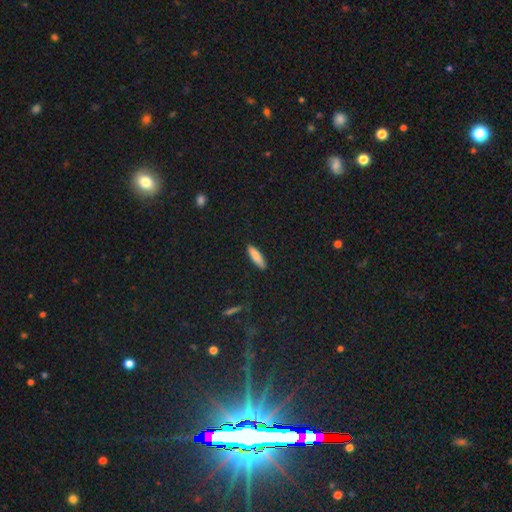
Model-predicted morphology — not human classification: This appears to be a smooth galaxy with no disk features (84%) that is cigar-shaped (63%). Merging: none (89%).